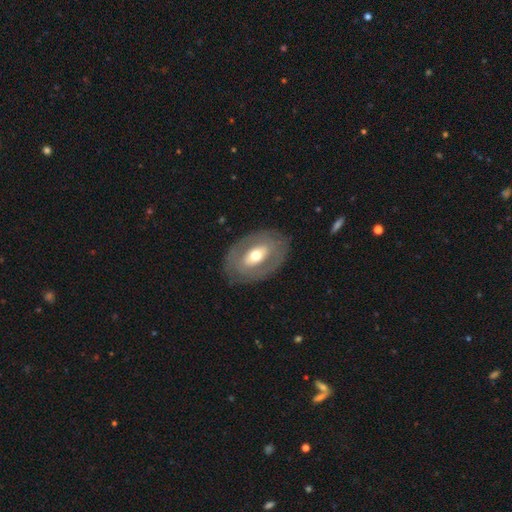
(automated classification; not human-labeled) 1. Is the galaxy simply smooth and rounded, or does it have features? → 56% featured or disk, 38% smooth, 6% star or artifact.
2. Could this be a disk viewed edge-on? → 90% no, 10% yes.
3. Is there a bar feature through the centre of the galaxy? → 49% no, 28% weak, 23% strong.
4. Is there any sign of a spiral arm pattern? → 78% no, 22% yes.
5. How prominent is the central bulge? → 66% moderate, 16% small, 15% large, 2% dominant, 1% none.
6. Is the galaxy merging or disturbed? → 81% none, 12% minor disturbance, 6% major disturbance, 1% merger.